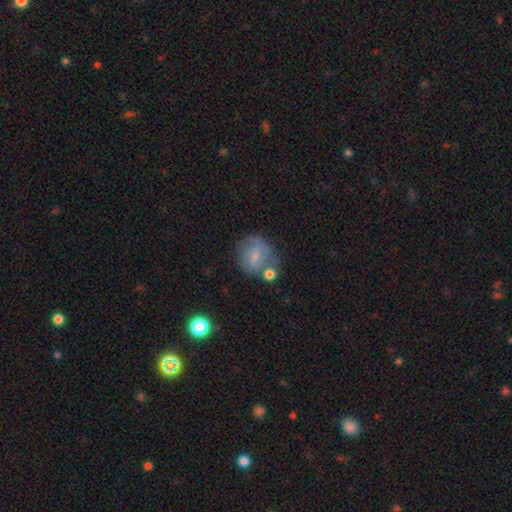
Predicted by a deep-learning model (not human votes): This is possibly a smooth galaxy (57%). How rounded: likely round (73%). Merging: possibly none (53%).